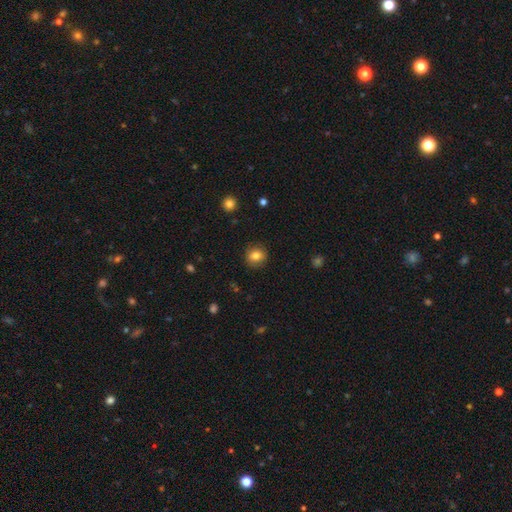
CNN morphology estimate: Smooth or featured? Predicted: smooth (p=0.81). How rounded? Predicted: round (p=0.84). Merging? Predicted: none (p=0.89).